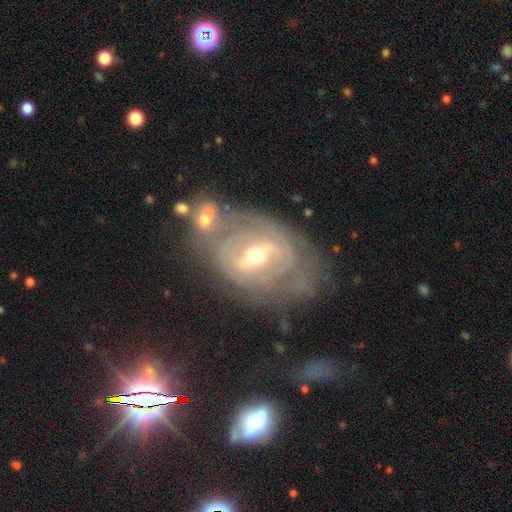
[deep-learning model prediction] The model was most divided on "bar": weak: 45%, strong: 38%, no: 17%. Remaining: edge-on disk — no (94%); smooth or featured — featured or disk (82%); spiral arms — yes (75%); bulge size — moderate (66%); spiral winding — tight (64%); merging — none (49%); spiral arm count — can't tell (48%).